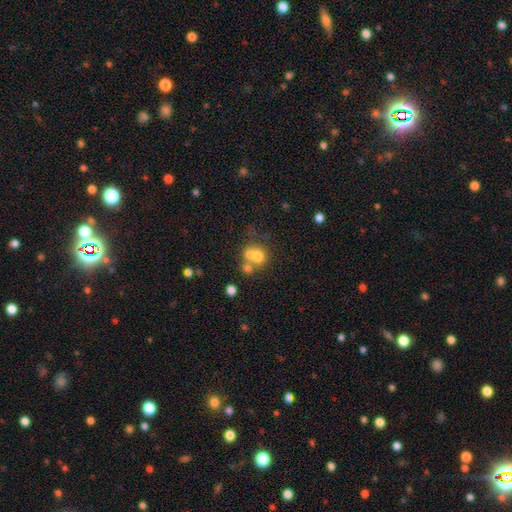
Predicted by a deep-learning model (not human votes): smooth-or-featured: smooth: 64% | featured or disk: 22% | star or artifact: 14%
  how-rounded: round: 79% | in between: 20% | cigar-shaped: 1%
  merging: merger: 52% | none: 35% | minor disturbance: 7% | major disturbance: 5%